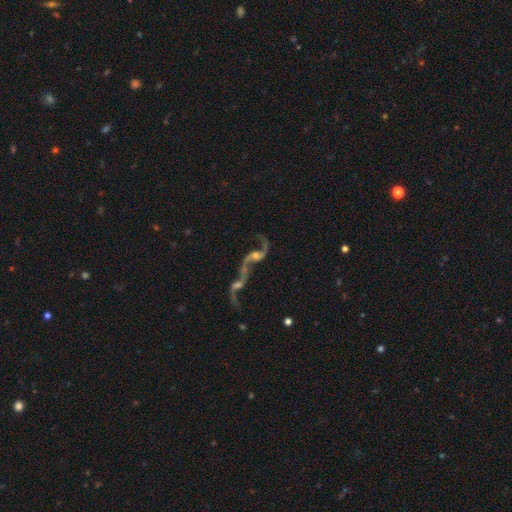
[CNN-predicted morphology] A featured or disk galaxy (82%) with no bar (60%), 2 (83%) loose (90%) spiral arms (89%) and a moderate central bulge (42%).

Vote fractions:
- Smooth or featured? featured or disk: 82% / smooth: 10% / star or artifact: 8%
- Edge-on disk? no: 95% / yes: 5%
- Bar? no: 60% / weak: 31% / strong: 9%
- Spiral arms? yes: 89% / no: 11%
- Spiral winding? loose: 90% / medium: 8% / tight: 2%
- Spiral arm count? 2: 83% / 1: 12% / can't tell: 3% / 3: 1% / 4: 1% / more than 4: 1%
- Bulge size? moderate: 42% / small: 36% / none: 14% / large: 6% / dominant: 2%
- Merging? merger: 69% / none: 16% / major disturbance: 10% / minor disturbance: 6%